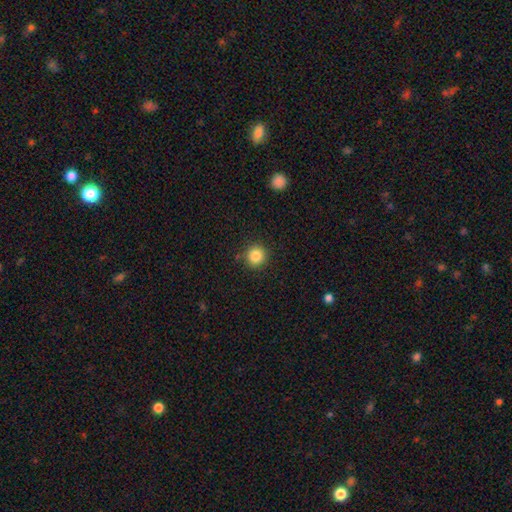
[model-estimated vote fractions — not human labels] Overall: smooth (85%). How rounded: round (94%). Merging: none (90%).